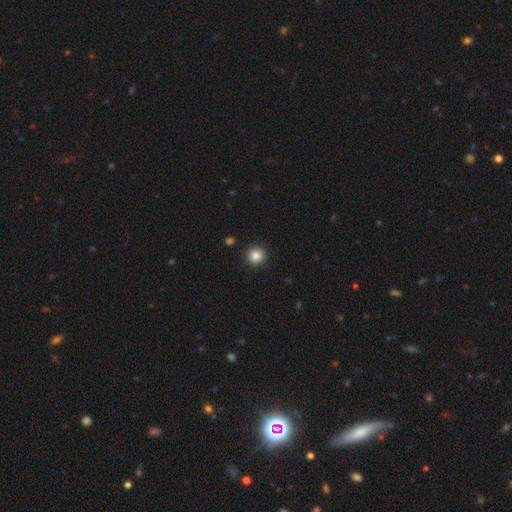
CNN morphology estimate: Q: Smooth or featured?
A: smooth (86%); runner-up: star or artifact (10%)
Q: How rounded?
A: round (94%); runner-up: in between (5%)
Q: Merging?
A: none (92%); runner-up: minor disturbance (5%)